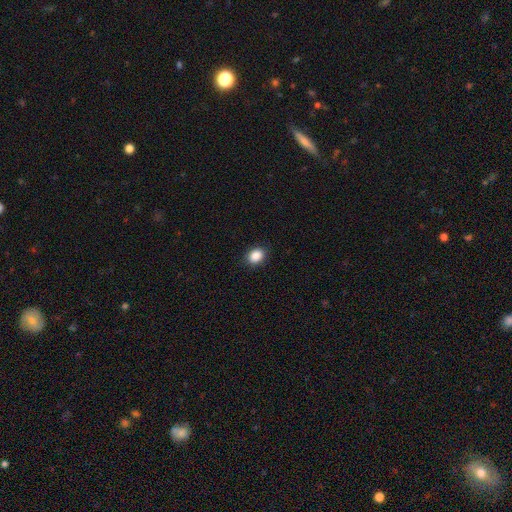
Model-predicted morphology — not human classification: smooth-or-featured: smooth: 88% | star or artifact: 9% | featured or disk: 3%
  how-rounded: in between: 57% | round: 42% | cigar-shaped: 1%
  merging: none: 89% | minor disturbance: 8% | major disturbance: 2% | merger: 1%